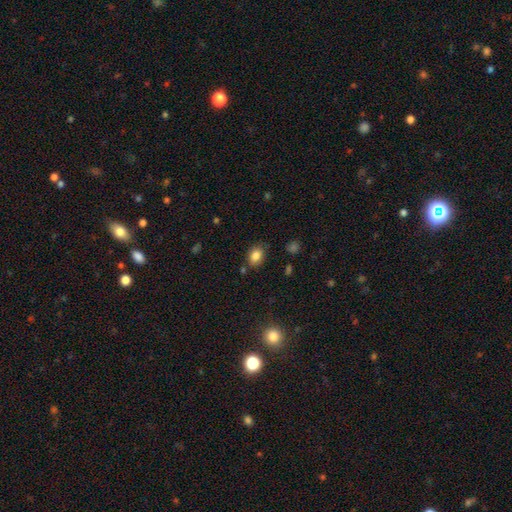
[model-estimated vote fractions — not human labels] Smooth or featured? smooth (84%)
How rounded? in between (67%)
Merging? none (77%)